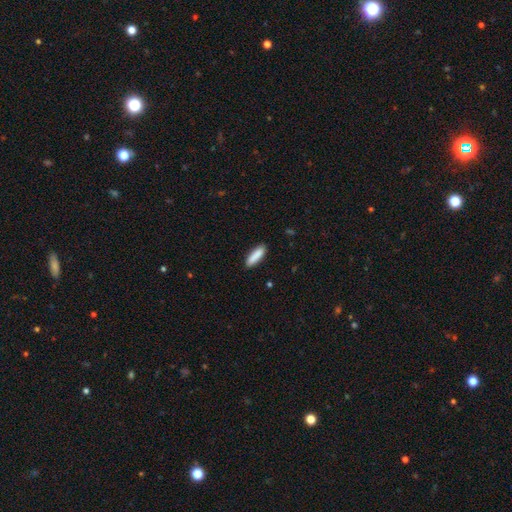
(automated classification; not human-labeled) Smooth or featured? smooth (88%)
How rounded? cigar-shaped (61%)
Merging? none (87%)